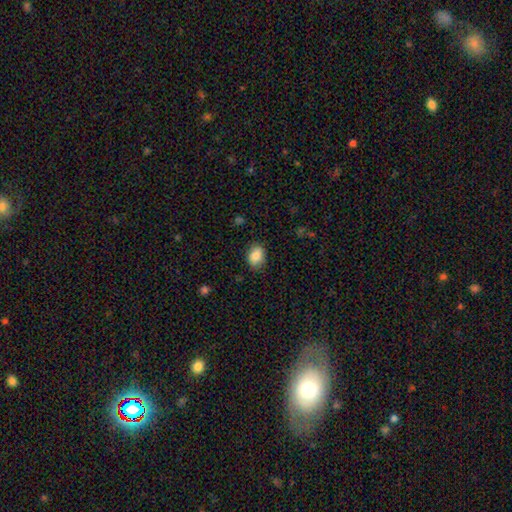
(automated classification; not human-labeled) smooth 87%, star or artifact 8%, featured or disk 5%. Down the decision tree: how rounded — in between (72%); merging — none (83%).